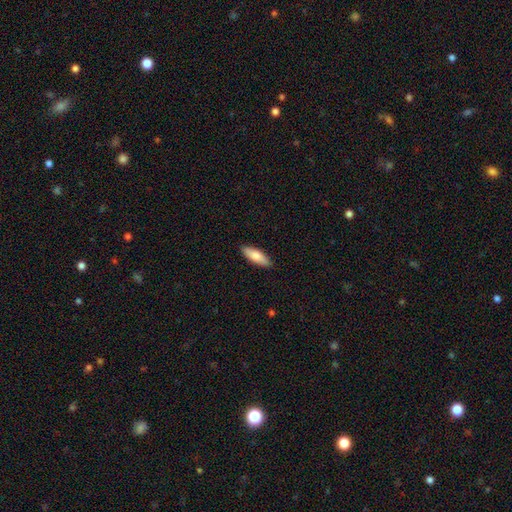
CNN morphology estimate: smooth-or-featured: smooth: 75% | featured or disk: 20% | star or artifact: 5%
  how-rounded: in between: 54% | cigar-shaped: 44% | round: 2%
  merging: none: 90% | minor disturbance: 8% | major disturbance: 2% | merger: 1%